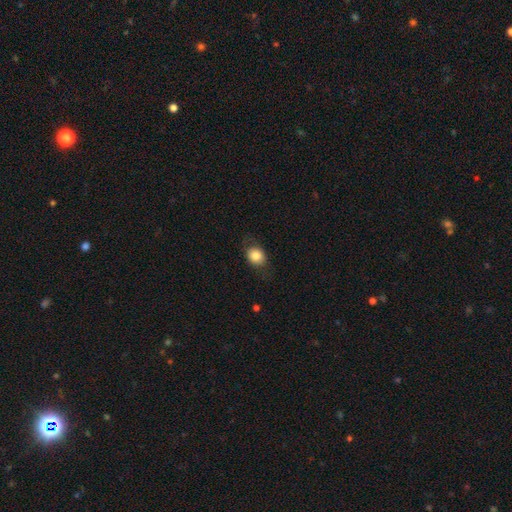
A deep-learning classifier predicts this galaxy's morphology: Smooth or featured: smooth — 81% (featured or disk — 10%)
How rounded: round — 51% (in between — 47%)
Merging: none — 75% (minor disturbance — 17%)